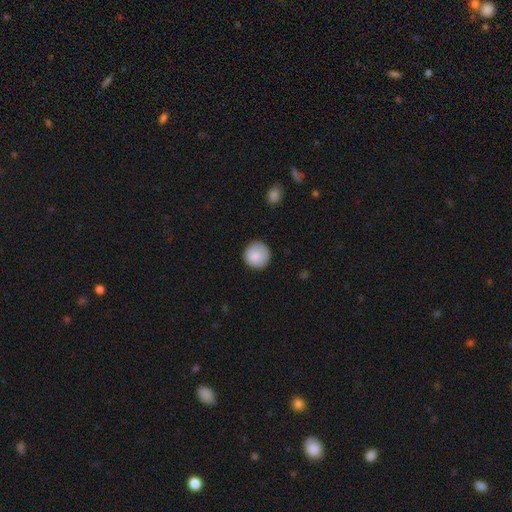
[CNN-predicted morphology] This appears to be a smooth galaxy with no disk features (86%) that is round (94%). Merging: none (85%).